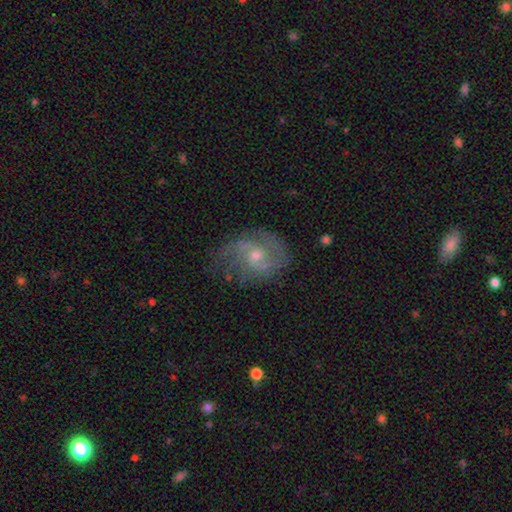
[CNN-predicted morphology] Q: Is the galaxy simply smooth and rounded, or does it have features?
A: featured or disk — 71%.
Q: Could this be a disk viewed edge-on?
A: no — 97%.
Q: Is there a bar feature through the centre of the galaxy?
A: no — 66%.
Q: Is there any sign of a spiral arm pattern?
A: yes — 85%.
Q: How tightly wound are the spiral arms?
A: medium — 45%.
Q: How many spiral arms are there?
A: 2 — 49%.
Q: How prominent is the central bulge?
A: small — 50%.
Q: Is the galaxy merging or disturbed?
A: none — 56%.